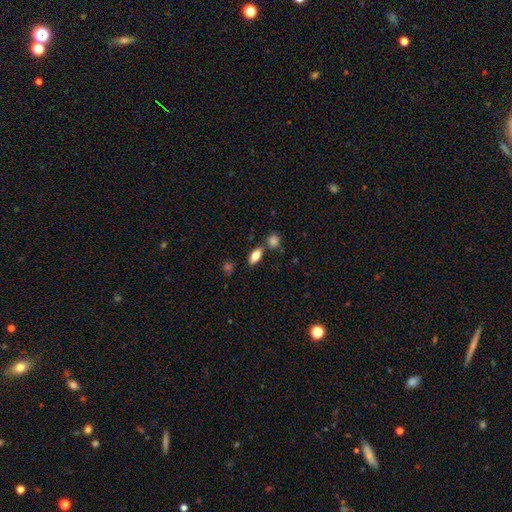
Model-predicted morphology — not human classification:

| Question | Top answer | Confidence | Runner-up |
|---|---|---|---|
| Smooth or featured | smooth | 73% | featured or disk (19%) |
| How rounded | in between | 80% | cigar-shaped (16%) |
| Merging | none | 77% | minor disturbance (11%) |